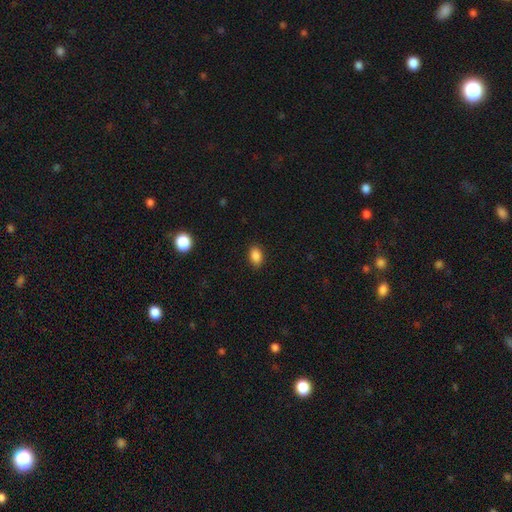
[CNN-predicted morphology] smooth_or_featured: smooth (p=0.86) [alt: star or artifact p=0.10]
how_rounded: in between (p=0.81) [alt: round p=0.17]
merging: none (p=0.88) [alt: minor disturbance p=0.09]